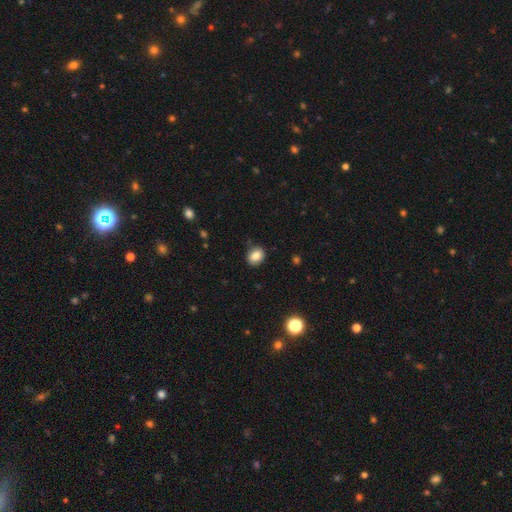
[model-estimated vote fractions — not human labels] The model was most divided on "how rounded": round: 55%, in between: 44%, cigar-shaped: 1%. More confident: merging — none (84%); smooth or featured — smooth (83%).